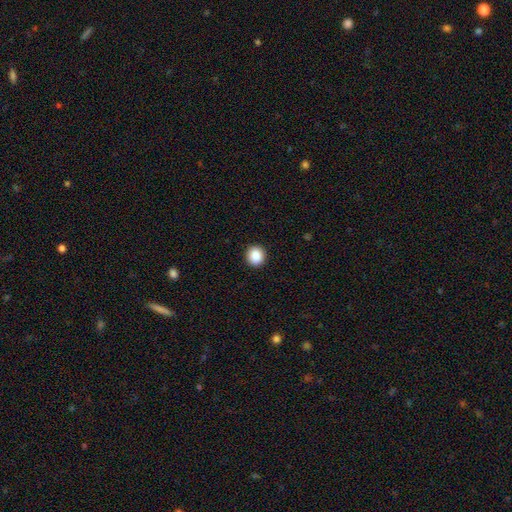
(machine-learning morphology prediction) This is clearly a smooth galaxy (88%). How rounded: clearly round (87%). Merging: clearly none (92%).